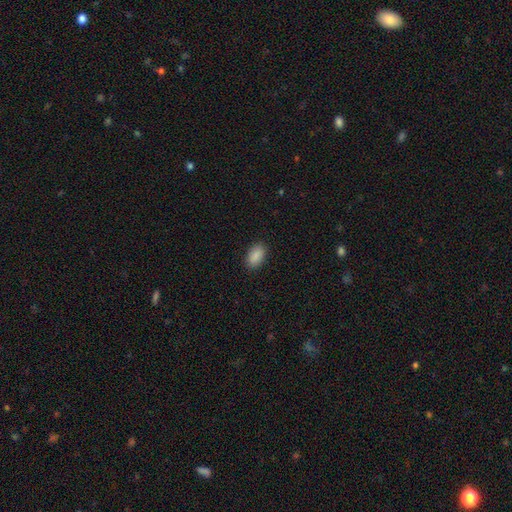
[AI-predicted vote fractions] Smooth or featured?
  - smooth: 90% *
  - star or artifact: 7%
  - featured or disk: 3%
How rounded?
  - in between: 93% *
  - round: 5%
  - cigar-shaped: 2%
Merging?
  - none: 89% *
  - minor disturbance: 8%
  - major disturbance: 2%
  - merger: 1%